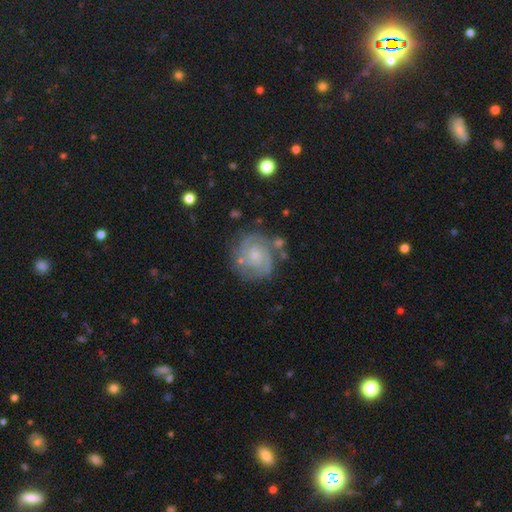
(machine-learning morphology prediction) Smooth or featured? featured or disk (82%)
Edge-on disk? no (98%)
Bar? no (74%)
Spiral arms? yes (95%)
Spiral winding? tight (67%)
Spiral arm count? 2 (54%)
Bulge size? small (71%)
Merging? none (73%)